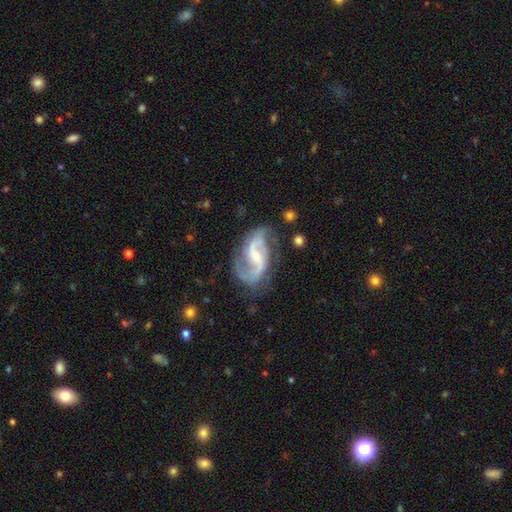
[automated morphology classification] A featured or disk galaxy (90%) with a weak bar (49%), 2 (91%) medium (48%) spiral arms (97%) and a small central bulge (59%). Merging: none (70%).